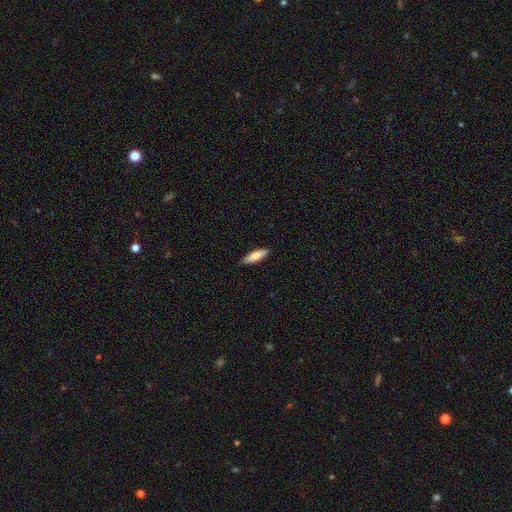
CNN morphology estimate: smooth_or_featured: smooth (p=0.79) [alt: featured or disk p=0.15]
how_rounded: cigar-shaped (p=0.57) [alt: in between p=0.42]
merging: none (p=0.86) [alt: minor disturbance p=0.12]